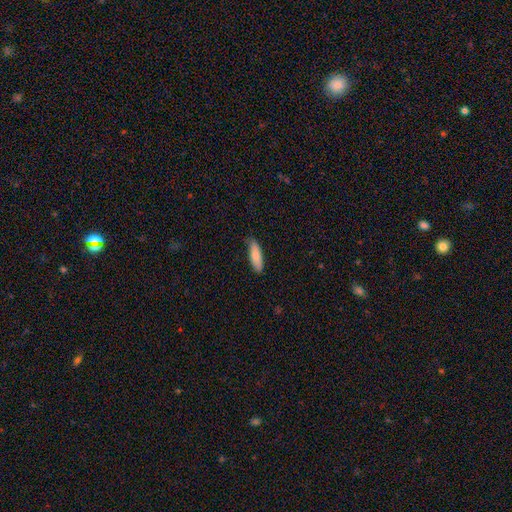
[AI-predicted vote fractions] Morphology: type=smooth (82%); roundness=cigar-shaped (58%); merging=none (81%).